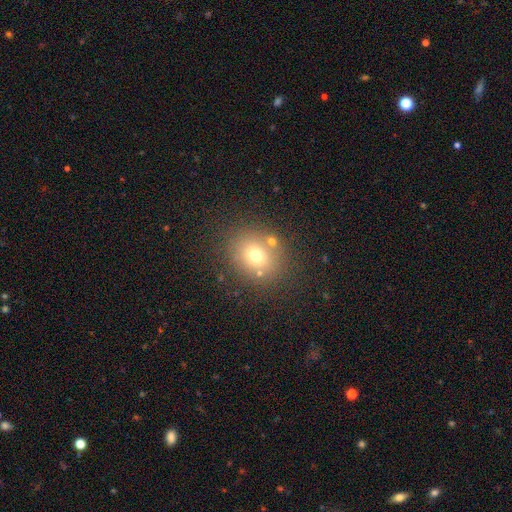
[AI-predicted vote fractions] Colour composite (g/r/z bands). It shows a smooth galaxy with no disk features (69%) that is round (69%). Merging: none (77%).